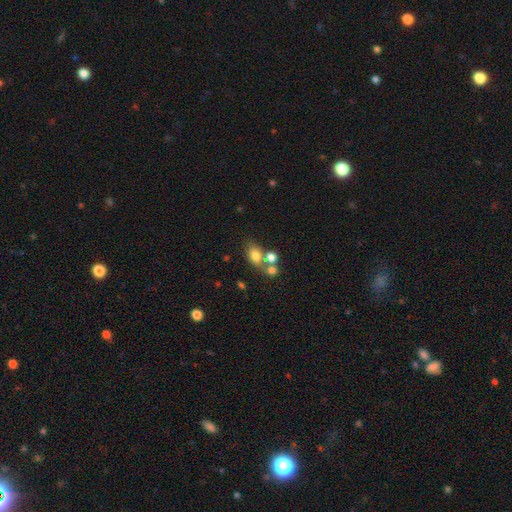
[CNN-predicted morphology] Overall: smooth (75%). How rounded: in between (72%). Merging: none (47%; merger 35%).